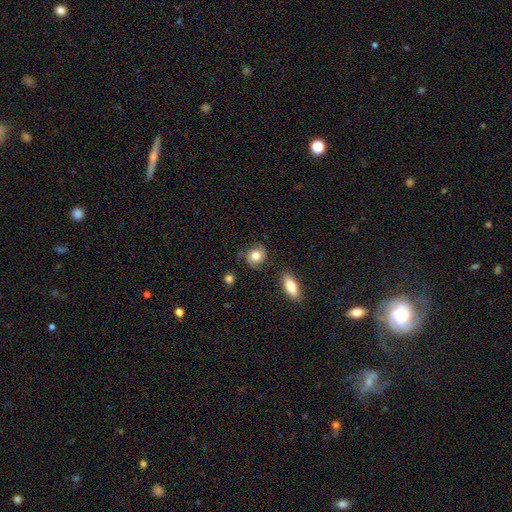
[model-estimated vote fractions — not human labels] The model was most divided on "smooth or featured": smooth: 60%, featured or disk: 32%, star or artifact: 8%. More confident: merging — none (72%); how rounded — round (69%).